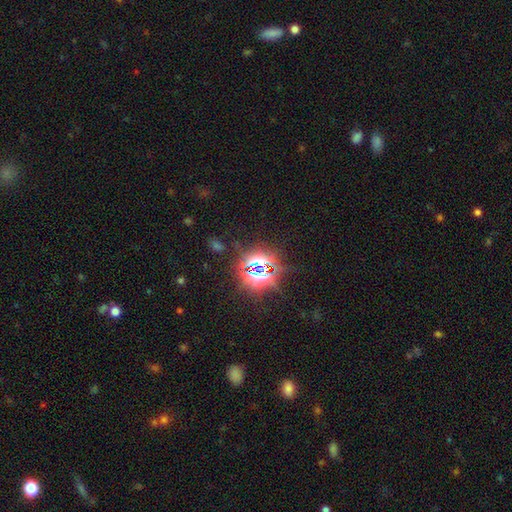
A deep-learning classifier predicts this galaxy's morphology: Smooth or featured? star or artifact (82%)